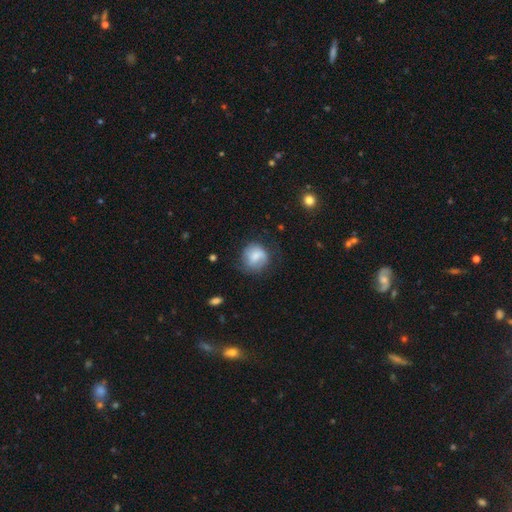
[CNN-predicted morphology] Smooth or featured? smooth (67%)
How rounded? round (79%)
Merging? none (58%)